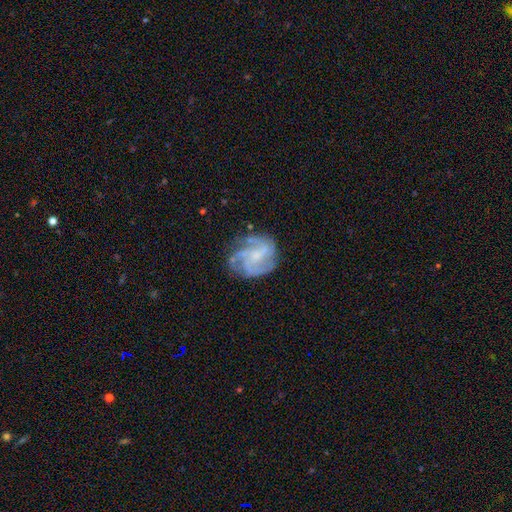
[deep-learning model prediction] A featured or disk galaxy (77%) with no bar (48%), 3 (31%) medium (47%) spiral arms (90%) and a small central bulge (41%).

Vote fractions:
- Smooth or featured? featured or disk: 77% / smooth: 15% / star or artifact: 8%
- Edge-on disk? no: 98% / yes: 2%
- Bar? no: 48% / weak: 41% / strong: 10%
- Spiral arms? yes: 90% / no: 10%
- Spiral winding? medium: 47% / tight: 32% / loose: 22%
- Spiral arm count? 3: 31% / 4: 26% / can't tell: 21% / 2: 11% / more than 4: 5% / 1: 5%
- Bulge size? small: 41% / none: 30% / moderate: 25% / large: 3% / dominant: 1%
- Merging? none: 65% / minor disturbance: 20% / major disturbance: 13% / merger: 2%